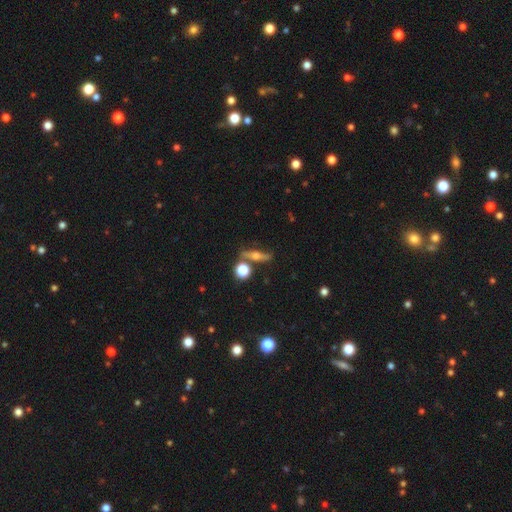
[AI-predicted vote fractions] This is likely a featured or disk galaxy (62%). It is clearly viewed edge-on (88%). Edge-on bulge: clearly rounded (94%). Merging: likely none (76%).